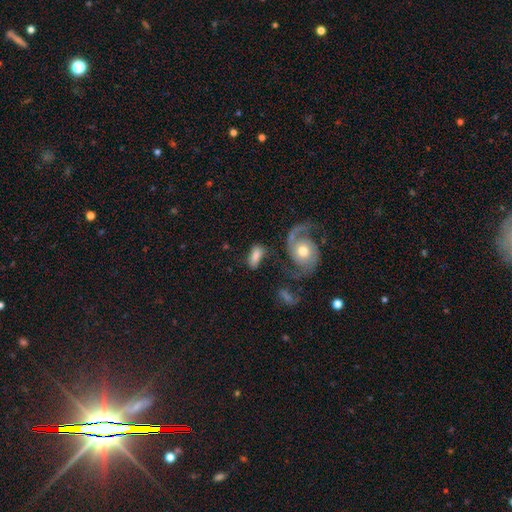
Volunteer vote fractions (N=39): A featured or disk galaxy (54%) with a weak bar (45%, tied with no), 2 (88%) loose (47%) spiral arms (85%) and a moderate central bulge (80%). Merging: none (45%).